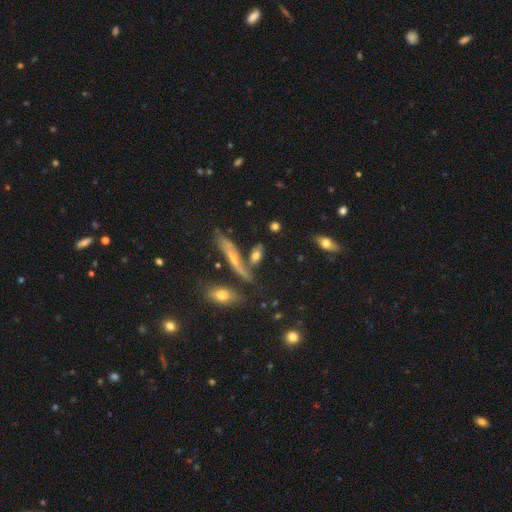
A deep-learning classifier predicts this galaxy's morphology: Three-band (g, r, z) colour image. It shows a smooth galaxy with no disk features (62%) that is in between round and cigar-shaped (54%). Merging: none (59%).